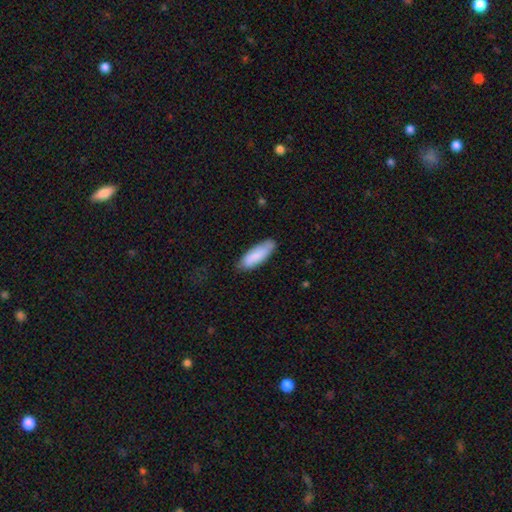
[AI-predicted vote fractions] smooth-or-featured: smooth: 85% | featured or disk: 9% | star or artifact: 5%
  how-rounded: in between: 62% | cigar-shaped: 36% | round: 1%
  merging: none: 79% | minor disturbance: 17% | major disturbance: 3% | merger: 1%